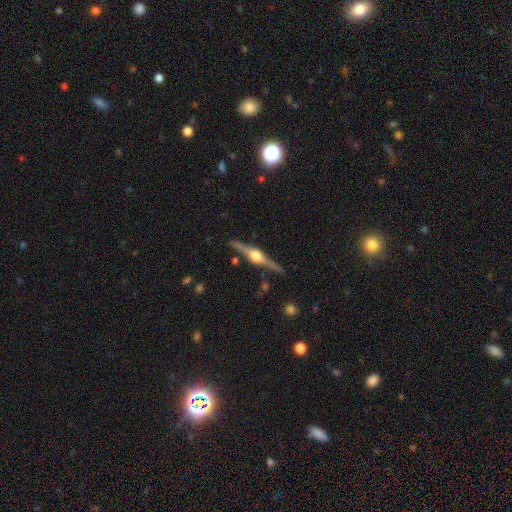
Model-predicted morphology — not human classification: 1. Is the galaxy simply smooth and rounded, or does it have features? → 86% featured or disk, 9% smooth, 5% star or artifact.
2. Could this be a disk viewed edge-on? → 98% yes, 2% no.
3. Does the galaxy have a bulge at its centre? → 94% rounded, 5% boxy, 1% none.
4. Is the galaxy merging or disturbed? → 90% none, 7% minor disturbance, 2% merger, 2% major disturbance.